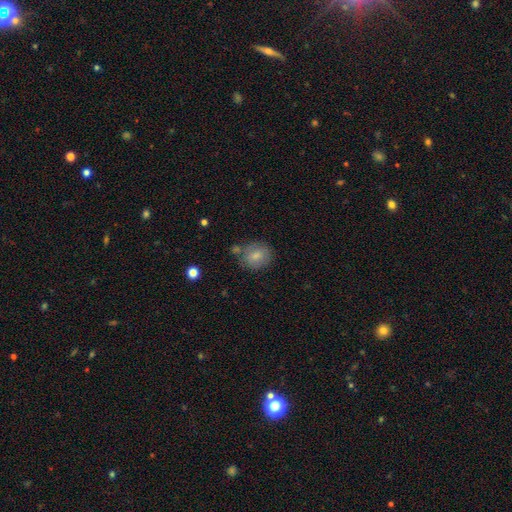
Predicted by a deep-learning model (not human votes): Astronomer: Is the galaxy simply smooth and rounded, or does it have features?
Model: smooth — 80%.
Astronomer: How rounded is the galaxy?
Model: round — 71%.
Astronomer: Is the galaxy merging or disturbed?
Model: none — 68%.